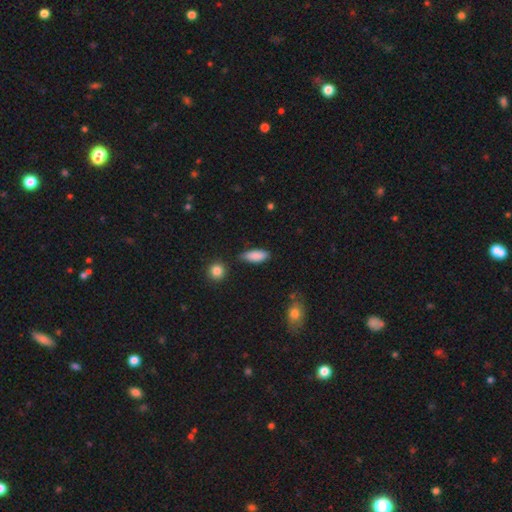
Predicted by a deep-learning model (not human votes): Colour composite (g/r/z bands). It shows a smooth galaxy with no disk features (87%) that is in between round and cigar-shaped (78%). Merging: none (75%).